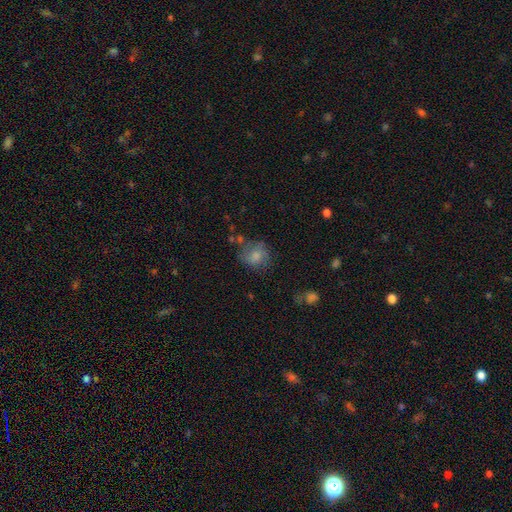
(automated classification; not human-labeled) This is likely a smooth galaxy (69%). How rounded: likely round (73%). Merging: possibly none (56%).